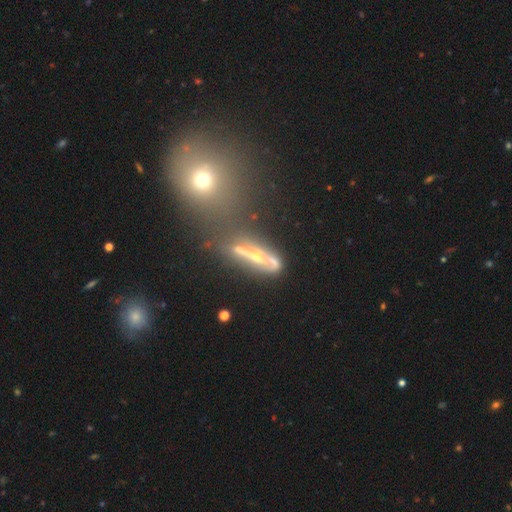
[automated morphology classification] type=featured or disk (75%); edge-on=yes (65%); merging=none (46%).